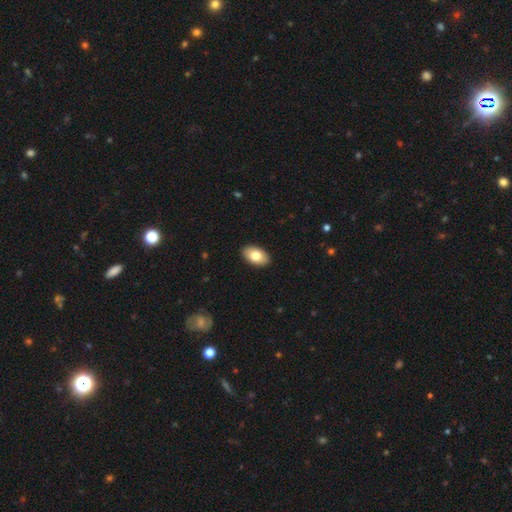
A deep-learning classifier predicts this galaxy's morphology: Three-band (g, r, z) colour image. It shows a smooth galaxy with no disk features (79%) that is in between round and cigar-shaped (94%). Merging: none (90%).